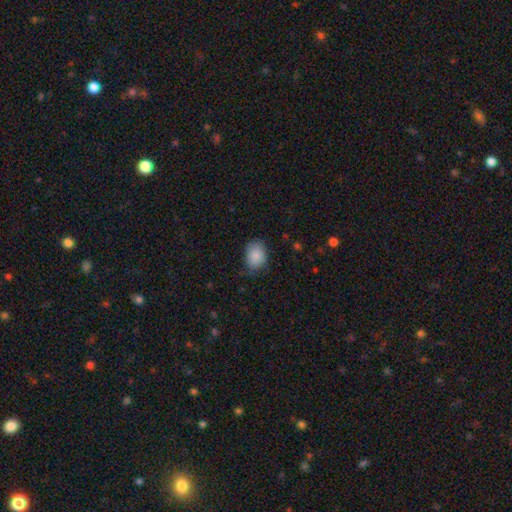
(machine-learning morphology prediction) Smooth or featured? Predicted: smooth (p=0.87). How rounded? Predicted: in between (p=0.63). Merging? Predicted: none (p=0.73).